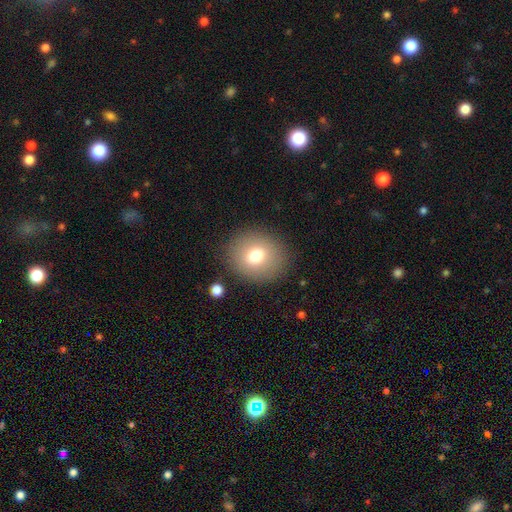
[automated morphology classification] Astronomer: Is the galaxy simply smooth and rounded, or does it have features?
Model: smooth — 74%.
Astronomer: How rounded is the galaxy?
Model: round — 75%.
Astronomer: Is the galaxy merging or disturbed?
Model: none — 87%.